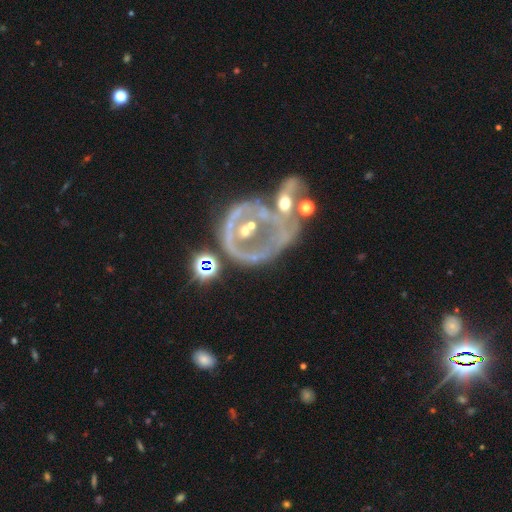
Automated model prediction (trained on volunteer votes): smooth_or_featured: featured or disk (p=0.66) [alt: star or artifact p=0.18]
disk_edge_on: no (p=0.98) [alt: yes p=0.02]
bar: no (p=0.85) [alt: weak p=0.10]
has_spiral_arms: no (p=0.77) [alt: yes p=0.23]
bulge_size: none (p=0.49) [alt: small p=0.24]
merging: major disturbance (p=0.36) [alt: merger p=0.28]